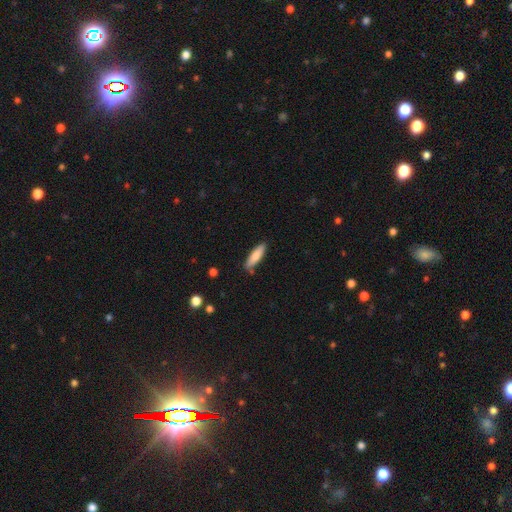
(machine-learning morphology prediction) Smooth or featured: smooth — 80% (featured or disk — 14%)
How rounded: cigar-shaped — 64% (in between — 35%)
Merging: none — 82% (minor disturbance — 13%)